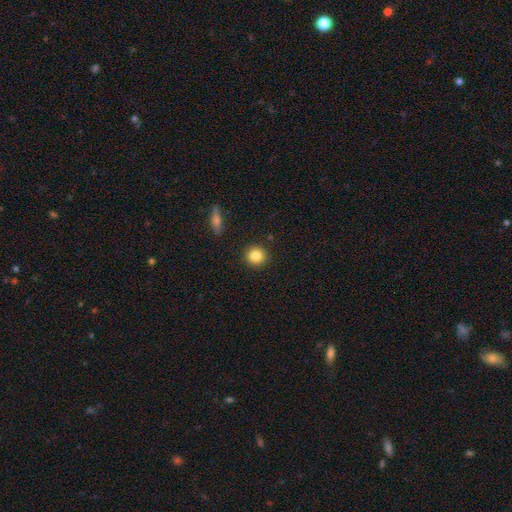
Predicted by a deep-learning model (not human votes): Q: Smooth or featured?
A: smooth (84%); runner-up: star or artifact (9%)
Q: How rounded?
A: round (92%); runner-up: in between (7%)
Q: Merging?
A: none (91%); runner-up: minor disturbance (6%)